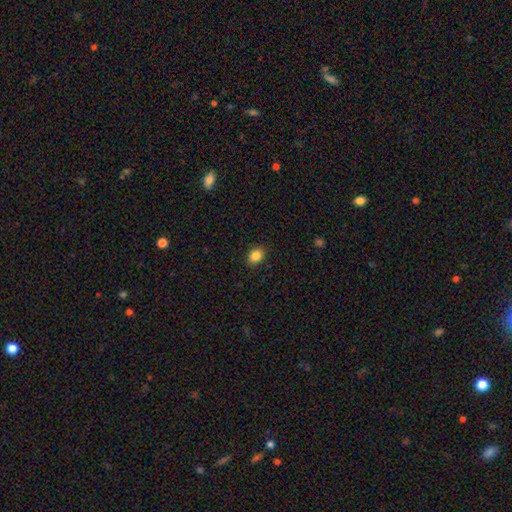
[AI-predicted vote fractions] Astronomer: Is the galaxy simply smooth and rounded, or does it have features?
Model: smooth — 86%.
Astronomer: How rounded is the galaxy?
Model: in between — 64%.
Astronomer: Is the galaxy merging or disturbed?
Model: none — 89%.